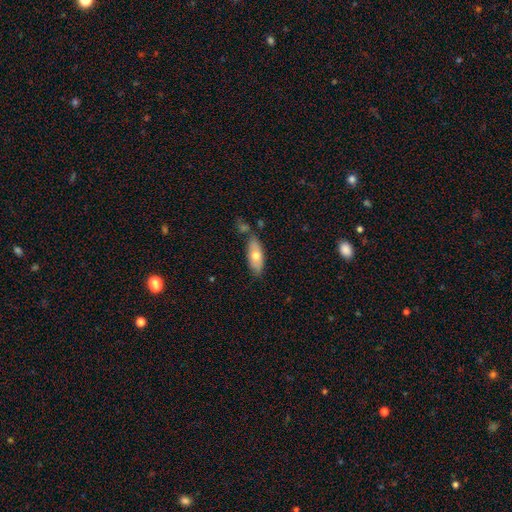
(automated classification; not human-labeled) smooth-or-featured: smooth: 66% | featured or disk: 28% | star or artifact: 6%
  how-rounded: in between: 78% | cigar-shaped: 19% | round: 3%
  merging: none: 67% | minor disturbance: 17% | merger: 12% | major disturbance: 4%